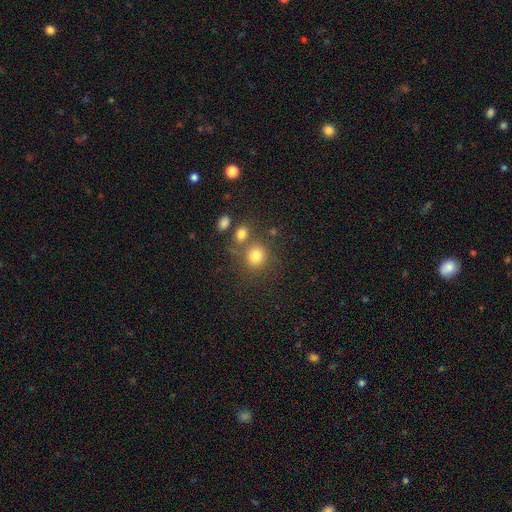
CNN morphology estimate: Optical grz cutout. It shows a smooth galaxy with no disk features (77%) that is round (83%). Merging: none (67%).